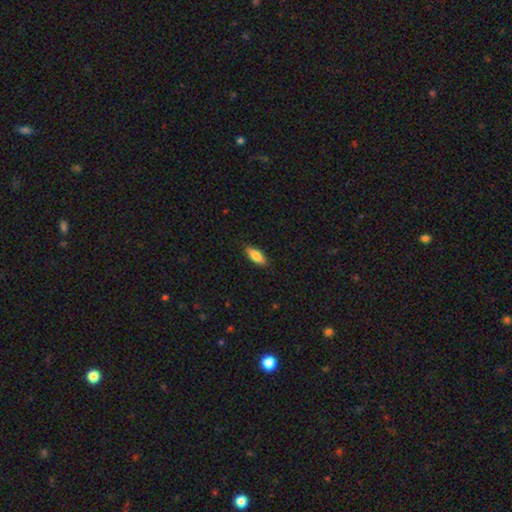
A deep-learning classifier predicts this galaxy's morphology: The model was most divided on "how rounded": in between: 73%, cigar-shaped: 25%, round: 2%. More confident: merging — none (88%); smooth or featured — smooth (81%).